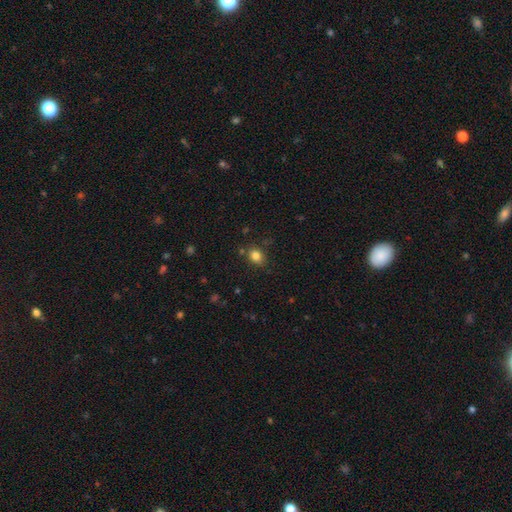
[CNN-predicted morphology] Smooth or featured? Predicted: smooth (p=0.82). How rounded? Predicted: round (p=0.50). Merging? Predicted: none (p=0.81).